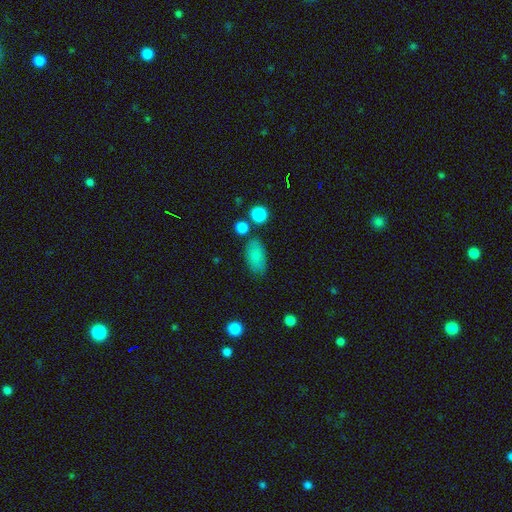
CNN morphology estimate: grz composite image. It shows a smooth galaxy with no disk features (82%) that is in between round and cigar-shaped (91%). Merging: none (71%).